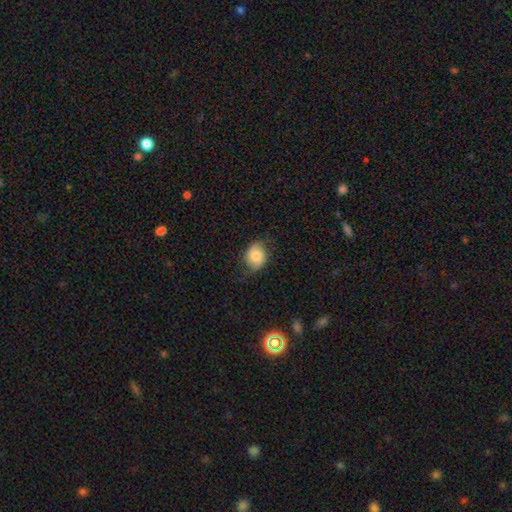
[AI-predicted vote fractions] smooth 66%, featured or disk 26%, star or artifact 8%. Down the decision tree: how rounded — round (52%); merging — none (65%).